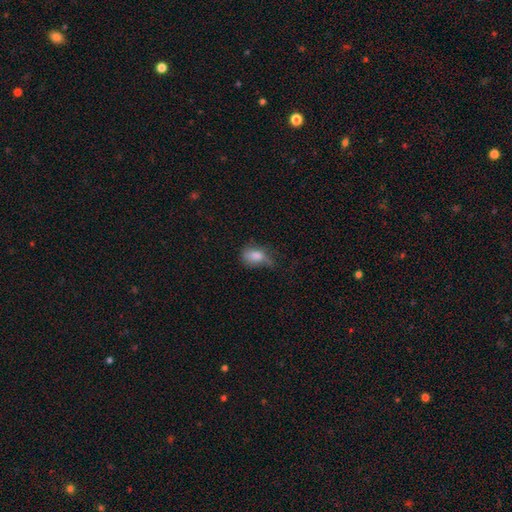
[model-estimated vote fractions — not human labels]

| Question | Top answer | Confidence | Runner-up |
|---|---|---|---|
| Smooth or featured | smooth | 77% | featured or disk (13%) |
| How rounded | in between | 82% | round (15%) |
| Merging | minor disturbance | 37% | none (35%) |